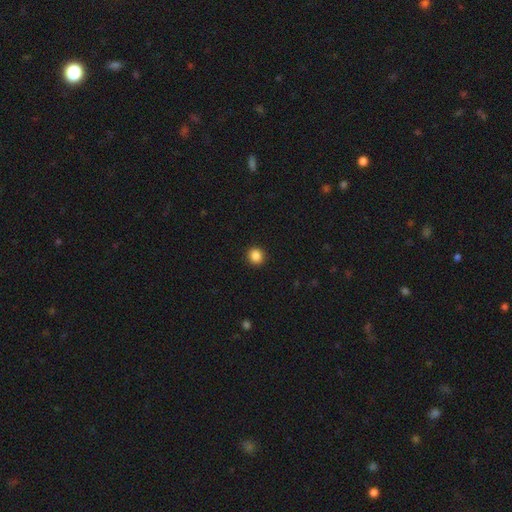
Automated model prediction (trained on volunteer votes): smooth-or-featured: smooth: 87% | star or artifact: 10% | featured or disk: 3%
  how-rounded: round: 90% | in between: 9% | cigar-shaped: 1%
  merging: none: 92% | minor disturbance: 5% | major disturbance: 2% | merger: 1%